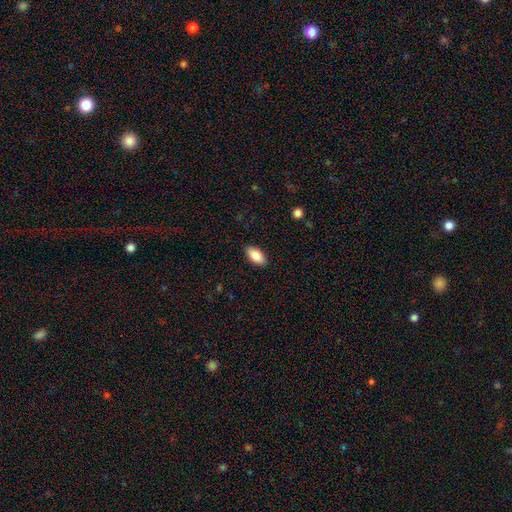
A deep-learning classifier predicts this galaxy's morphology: This is clearly a smooth galaxy (87%). How rounded: clearly in between (93%). Merging: clearly none (88%).